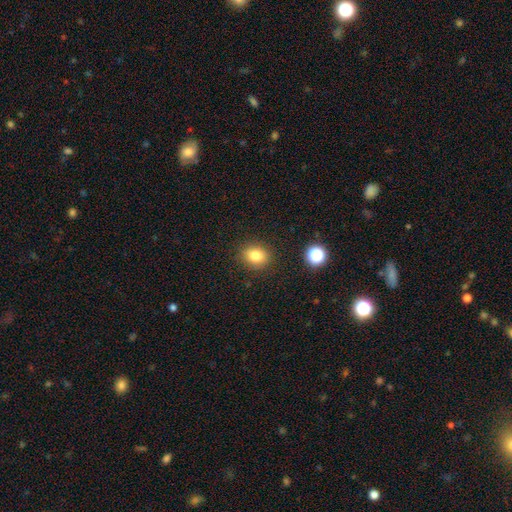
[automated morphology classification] smooth-or-featured: smooth: 81% | star or artifact: 12% | featured or disk: 7%
  how-rounded: round: 57% | in between: 42% | cigar-shaped: 1%
  merging: none: 87% | minor disturbance: 9% | major disturbance: 3% | merger: 2%